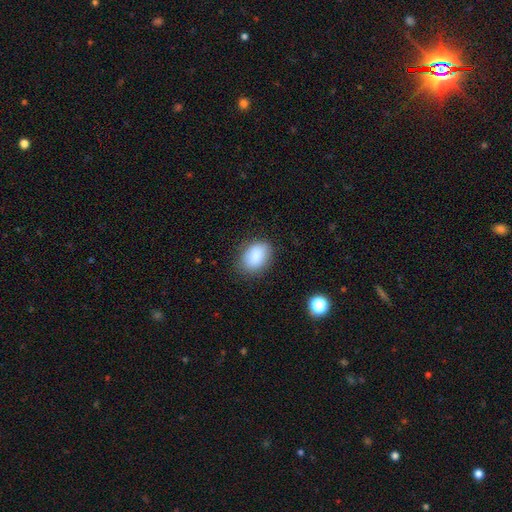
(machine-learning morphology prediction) Q: Smooth or featured?
A: smooth (84%); runner-up: featured or disk (9%)
Q: How rounded?
A: in between (76%); runner-up: round (23%)
Q: Merging?
A: none (77%); runner-up: minor disturbance (17%)